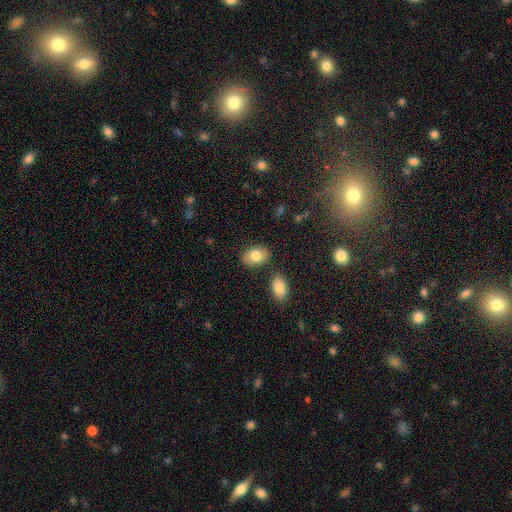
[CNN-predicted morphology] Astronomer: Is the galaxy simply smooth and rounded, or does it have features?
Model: smooth — 79%.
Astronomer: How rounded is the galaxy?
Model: in between — 80%.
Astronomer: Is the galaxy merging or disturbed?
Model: none — 80%.